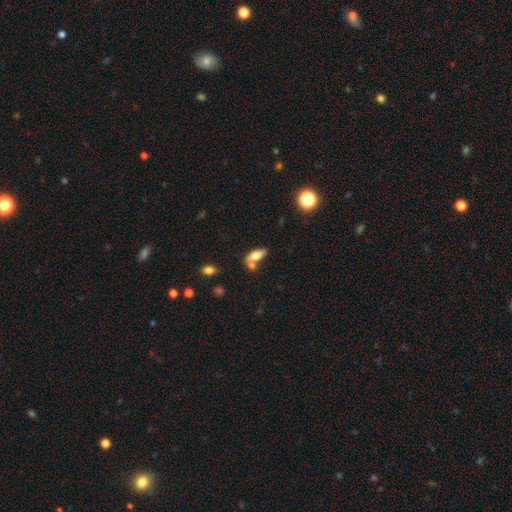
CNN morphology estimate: This appears to be a smooth galaxy with no disk features (67%) that is in between round and cigar-shaped (76%). Merging: none (46%).